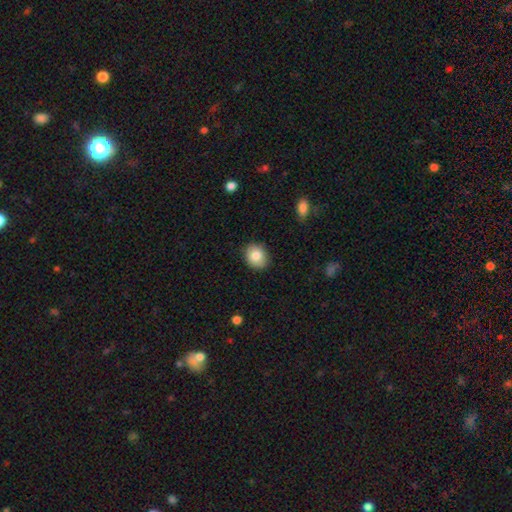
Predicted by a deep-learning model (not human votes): smooth_or_featured: smooth (p=0.85) [alt: star or artifact p=0.08]
how_rounded: round (p=0.55) [alt: in between p=0.44]
merging: none (p=0.86) [alt: minor disturbance p=0.11]